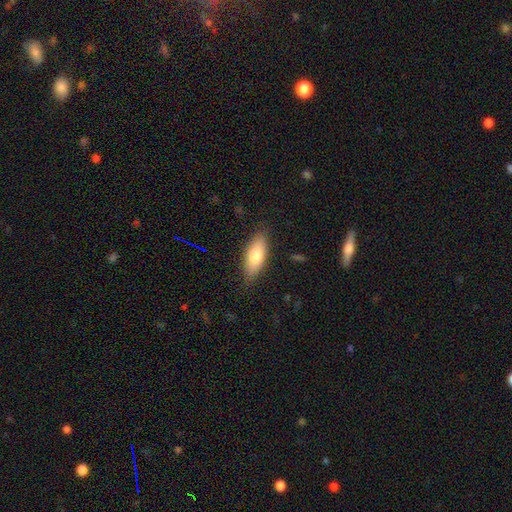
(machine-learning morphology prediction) Q: Smooth or featured?
A: smooth (74%); runner-up: featured or disk (20%)
Q: How rounded?
A: in between (75%); runner-up: cigar-shaped (23%)
Q: Merging?
A: none (83%); runner-up: minor disturbance (13%)